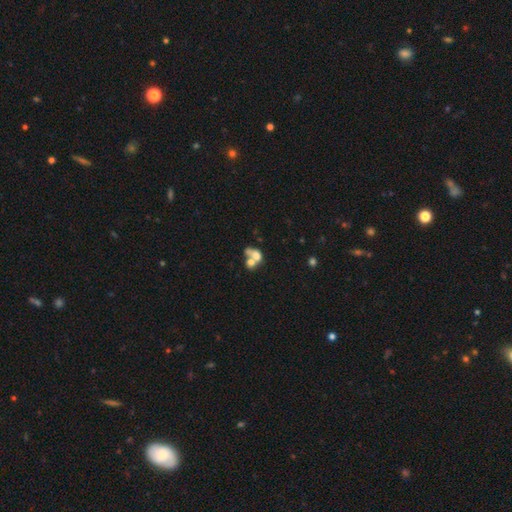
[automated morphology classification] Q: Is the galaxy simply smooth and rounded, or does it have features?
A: smooth — 59%.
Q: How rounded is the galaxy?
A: in between — 60%.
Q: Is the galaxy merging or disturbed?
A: merger — 68%.